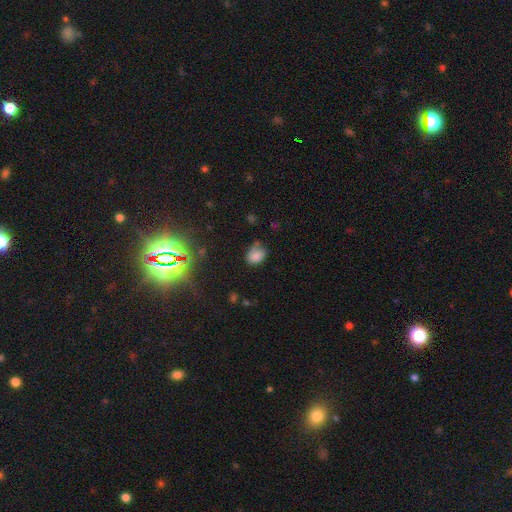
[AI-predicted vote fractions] A smooth galaxy with no disk features (76%) that is in between round and cigar-shaped (66%).

Vote fractions:
- Smooth or featured? smooth: 76% / star or artifact: 14% / featured or disk: 10%
- How rounded? in between: 66% / round: 33% / cigar-shaped: 1%
- Merging? none: 46% / minor disturbance: 35% / major disturbance: 15% / merger: 4%